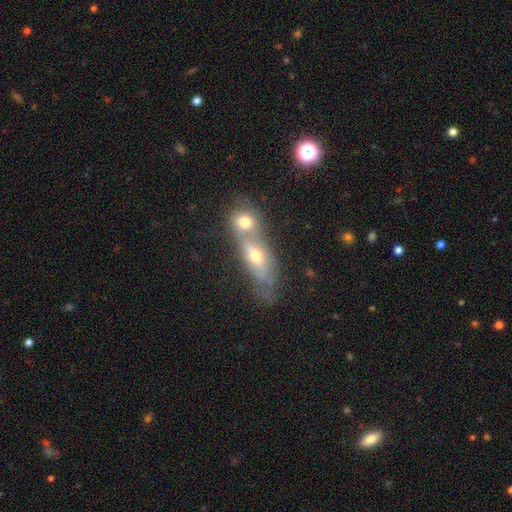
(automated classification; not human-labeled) Overall: smooth (51%; featured or disk 39%). How rounded: in between (59%; cigar-shaped 26%). Merging: merger (65%).